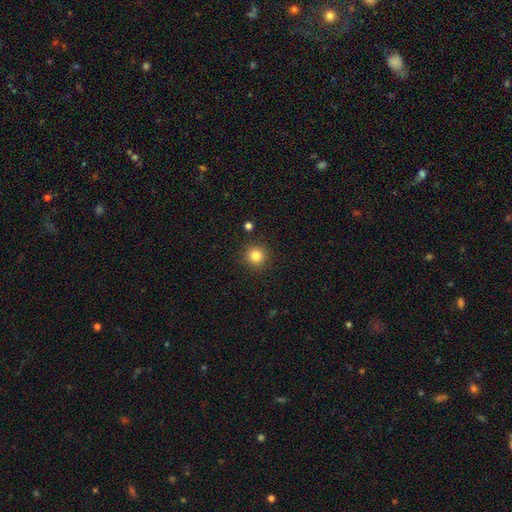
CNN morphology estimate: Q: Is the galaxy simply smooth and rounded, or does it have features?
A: smooth — 83%.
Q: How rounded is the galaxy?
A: round — 94%.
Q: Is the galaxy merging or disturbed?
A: none — 90%.